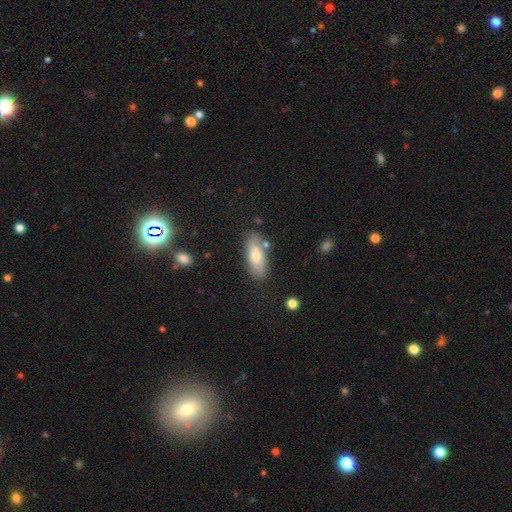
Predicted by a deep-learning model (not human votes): Smooth or featured? Predicted: smooth (p=0.68). How rounded? Predicted: in between (p=0.74). Merging? Predicted: none (p=0.80).